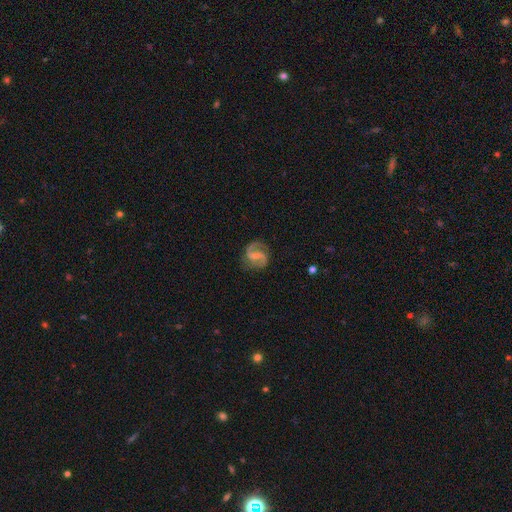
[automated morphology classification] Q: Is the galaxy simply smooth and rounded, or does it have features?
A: featured or disk — 88%.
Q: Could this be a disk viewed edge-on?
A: no — 98%.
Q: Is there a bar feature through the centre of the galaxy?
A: weak — 52%.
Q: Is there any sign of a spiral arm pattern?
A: yes — 97%.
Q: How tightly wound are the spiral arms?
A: medium — 55%.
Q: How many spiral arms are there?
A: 2 — 92%.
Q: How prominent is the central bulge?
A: none — 42%.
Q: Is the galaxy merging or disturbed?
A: none — 78%.